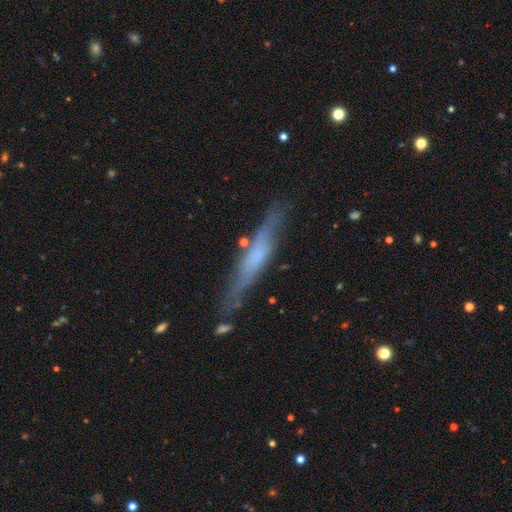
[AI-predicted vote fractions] A featured or disk galaxy (55%) viewed edge-on (86%). Merging: none (74%).